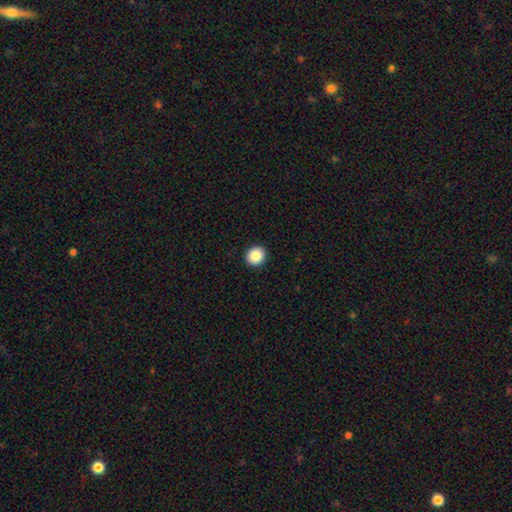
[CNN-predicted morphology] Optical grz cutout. It shows a smooth galaxy with no disk features (87%) that is round (88%). Merging: none (93%).